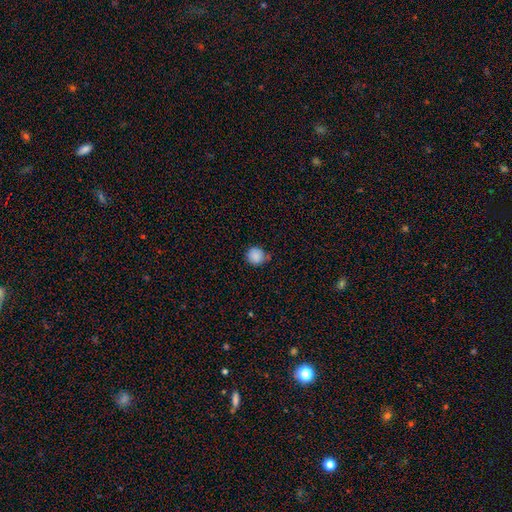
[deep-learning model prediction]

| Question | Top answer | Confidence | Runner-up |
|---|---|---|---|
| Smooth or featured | smooth | 87% | star or artifact (9%) |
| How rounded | round | 91% | in between (8%) |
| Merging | none | 66% | minor disturbance (26%) |